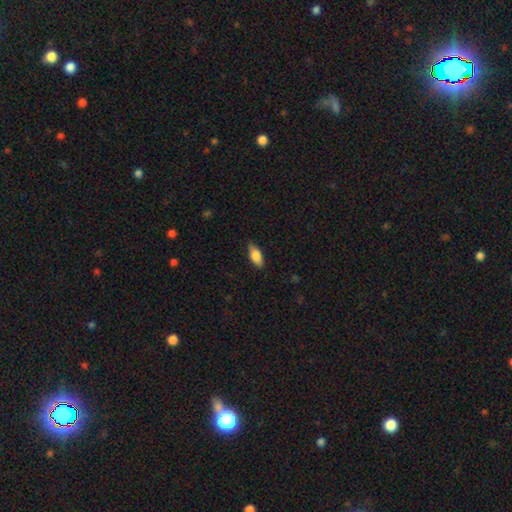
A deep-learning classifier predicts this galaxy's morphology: Smooth or featured? smooth (79%)
How rounded? in between (83%)
Merging? none (80%)